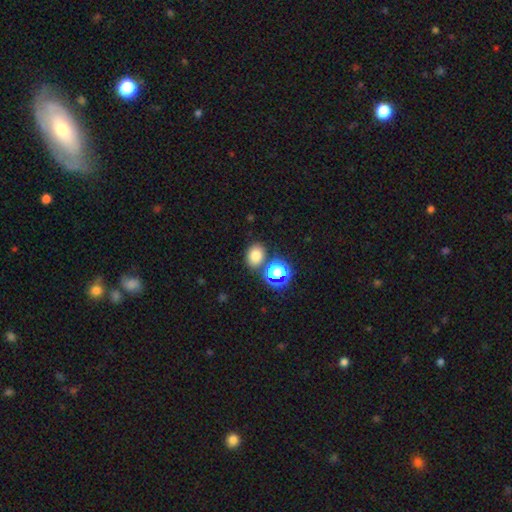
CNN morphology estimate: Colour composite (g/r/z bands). It shows a smooth galaxy with no disk features (76%) that is in between round and cigar-shaped (54%). Merging: none (74%).